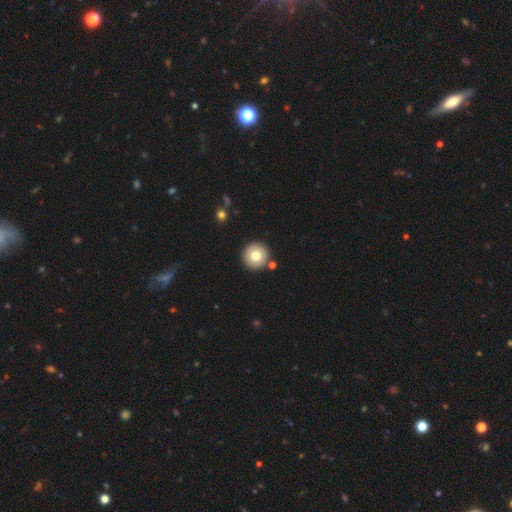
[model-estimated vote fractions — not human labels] Smooth or featured? Predicted: smooth (p=0.79). How rounded? Predicted: round (p=0.96). Merging? Predicted: none (p=0.87).